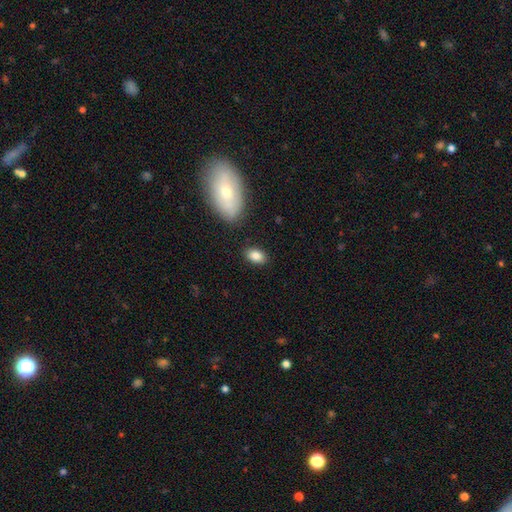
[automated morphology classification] Smooth or featured?
  - smooth: 84% *
  - star or artifact: 8%
  - featured or disk: 8%
How rounded?
  - in between: 88% *
  - round: 11%
  - cigar-shaped: 2%
Merging?
  - none: 85% *
  - minor disturbance: 10%
  - major disturbance: 3%
  - merger: 2%